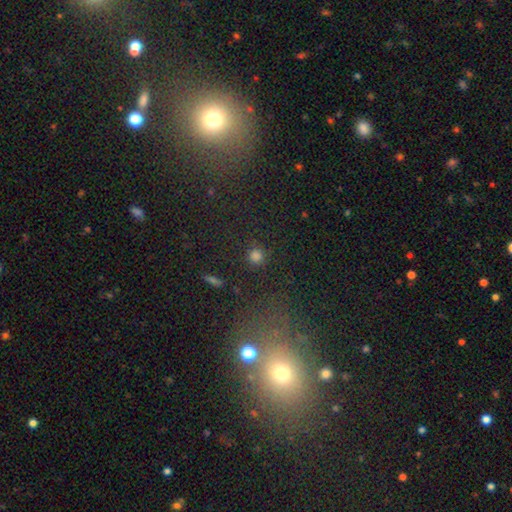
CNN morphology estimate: Smooth or featured? smooth (76%)
How rounded? round (94%)
Merging? none (87%)